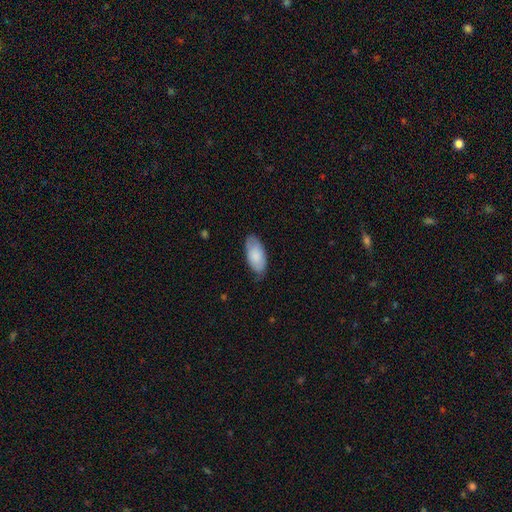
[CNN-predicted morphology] Smooth or featured? smooth (81%)
How rounded? in between (94%)
Merging? none (74%)